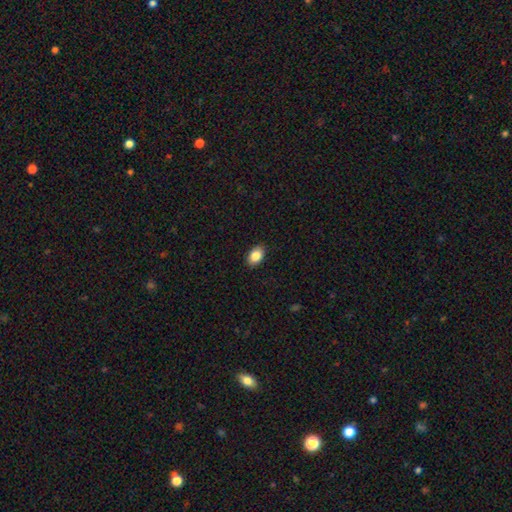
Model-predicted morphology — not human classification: type=smooth (86%); roundness=in between (88%); merging=none (89%).